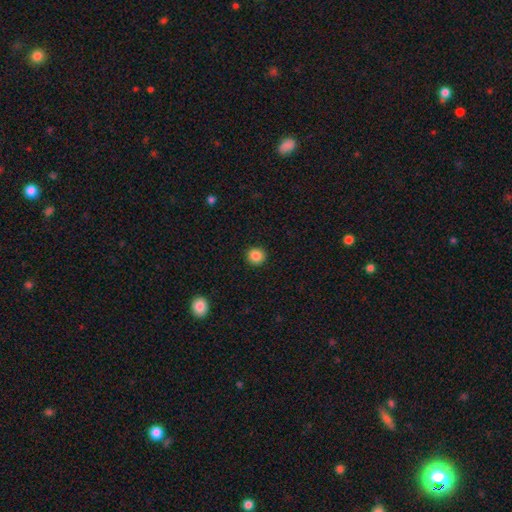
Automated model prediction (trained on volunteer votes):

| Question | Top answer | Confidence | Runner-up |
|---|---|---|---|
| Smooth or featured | smooth | 86% | star or artifact (10%) |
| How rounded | round | 92% | in between (7%) |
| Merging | none | 93% | minor disturbance (5%) |